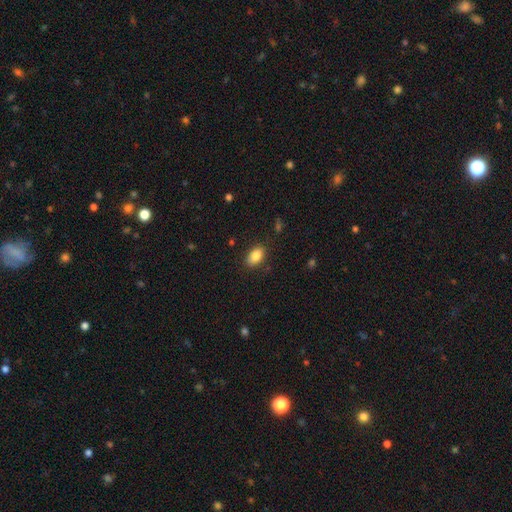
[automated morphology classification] This appears to be a smooth galaxy with no disk features (85%) that is in between round and cigar-shaped (89%). Merging: none (84%).